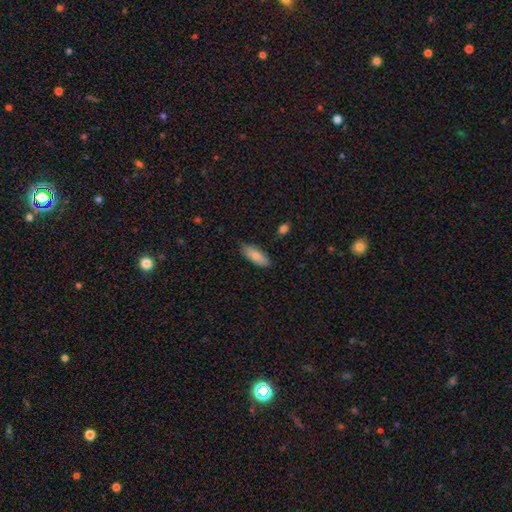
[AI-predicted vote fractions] Smooth or featured? smooth (82%)
How rounded? in between (79%)
Merging? none (82%)